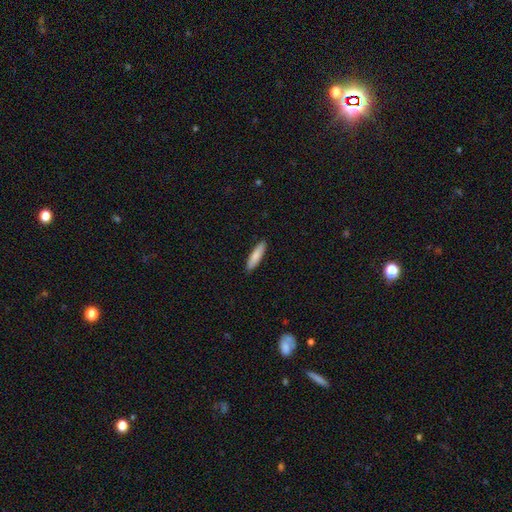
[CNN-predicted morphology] Smooth or featured?
  - smooth: 85% *
  - featured or disk: 10%
  - star or artifact: 5%
How rounded?
  - cigar-shaped: 74% *
  - in between: 24%
  - round: 1%
Merging?
  - none: 90% *
  - minor disturbance: 7%
  - major disturbance: 1%
  - merger: 1%